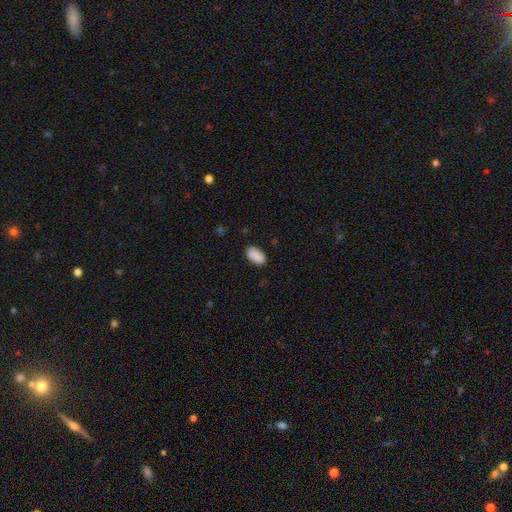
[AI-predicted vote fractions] A smooth galaxy with no disk features (90%) that is in between round and cigar-shaped (95%).

Vote fractions:
- Smooth or featured? smooth: 90% / star or artifact: 7% / featured or disk: 4%
- How rounded? in between: 95% / round: 3% / cigar-shaped: 2%
- Merging? none: 85% / minor disturbance: 11% / major disturbance: 2% / merger: 1%